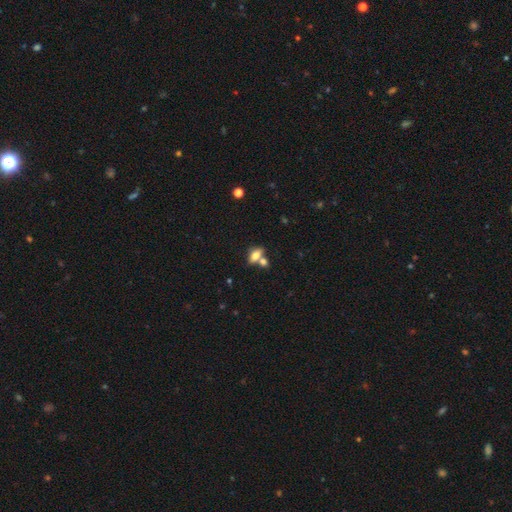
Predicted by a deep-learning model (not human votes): This appears to be a smooth galaxy with no disk features (69%) that is in between round and cigar-shaped (82%). Merging: none (49%).